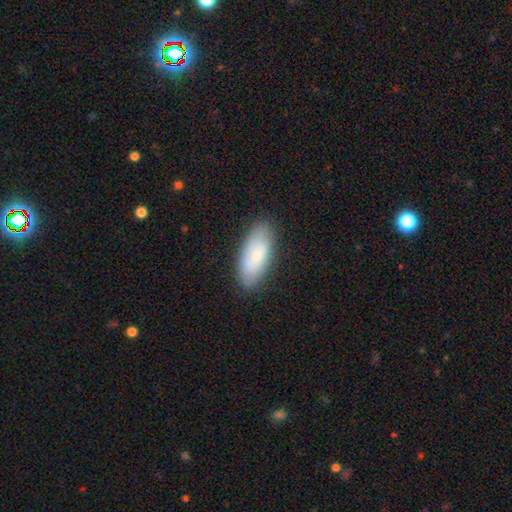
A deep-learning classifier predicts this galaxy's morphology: A smooth galaxy with no disk features (79%) that is in between round and cigar-shaped (83%).

Vote fractions:
- Smooth or featured? smooth: 79% / featured or disk: 14% / star or artifact: 6%
- How rounded? in between: 83% / cigar-shaped: 15% / round: 2%
- Merging? none: 84% / minor disturbance: 13% / major disturbance: 3% / merger: 1%